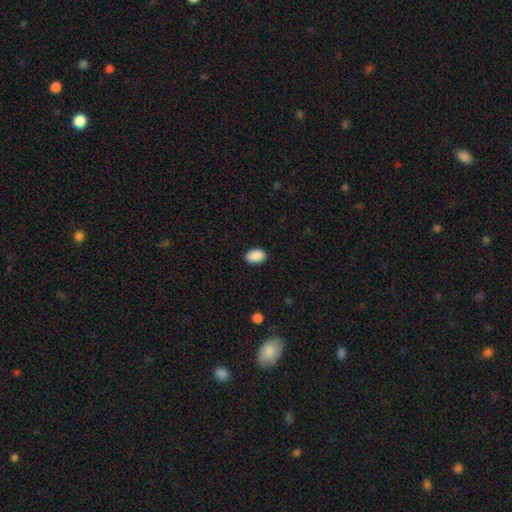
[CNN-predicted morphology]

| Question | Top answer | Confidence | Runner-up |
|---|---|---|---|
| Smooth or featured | smooth | 91% | star or artifact (7%) |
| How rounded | in between | 91% | round (7%) |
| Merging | none | 88% | minor disturbance (9%) |